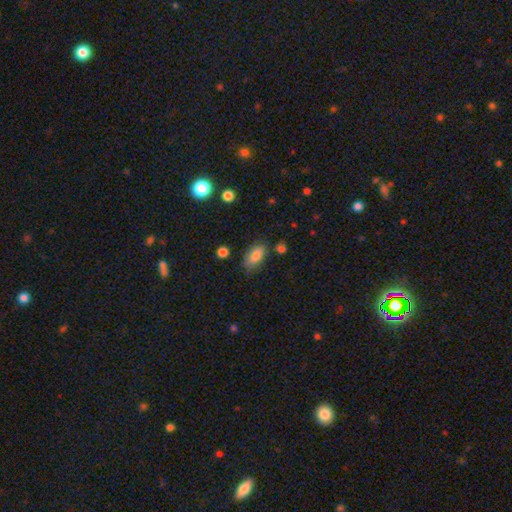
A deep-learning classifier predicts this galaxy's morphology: Q: Smooth or featured?
A: smooth (81%); runner-up: featured or disk (11%)
Q: How rounded?
A: in between (88%); runner-up: cigar-shaped (8%)
Q: Merging?
A: none (70%); runner-up: minor disturbance (22%)